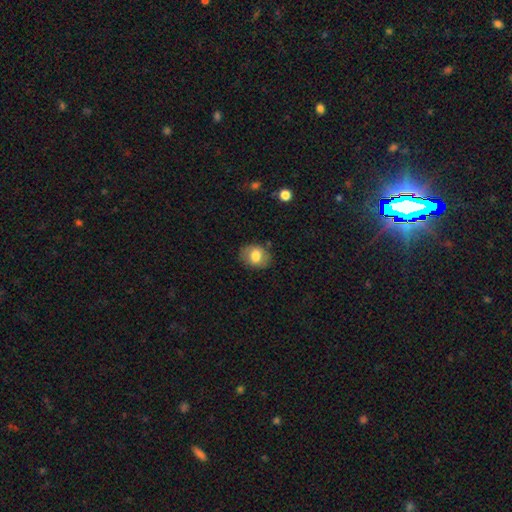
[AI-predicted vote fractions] This appears to be a smooth galaxy with no disk features (75%) that is in between round and cigar-shaped (56%). Merging: none (79%).